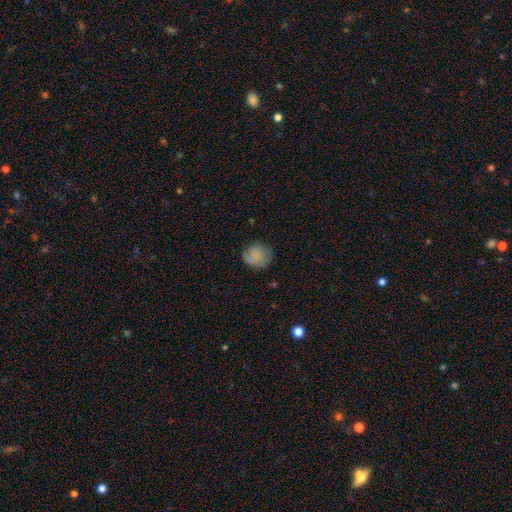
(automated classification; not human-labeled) smooth-or-featured: smooth: 80% | featured or disk: 11% | star or artifact: 9%
  how-rounded: round: 80% | in between: 19% | cigar-shaped: 1%
  merging: none: 73% | minor disturbance: 20% | major disturbance: 6% | merger: 1%